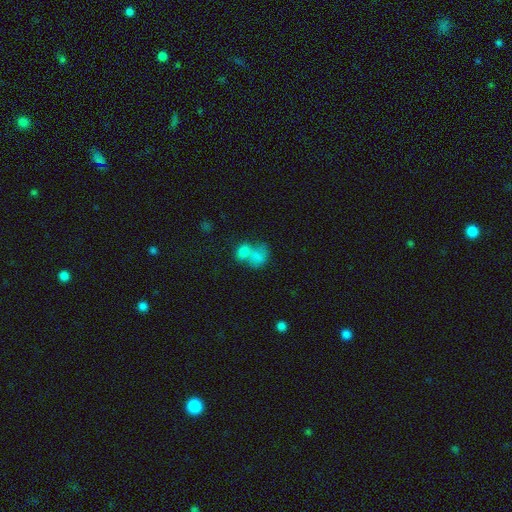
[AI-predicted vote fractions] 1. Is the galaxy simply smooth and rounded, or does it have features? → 75% smooth, 15% featured or disk, 10% star or artifact.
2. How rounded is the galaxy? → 63% in between, 35% round, 1% cigar-shaped.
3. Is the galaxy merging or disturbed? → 69% merger, 16% none, 7% minor disturbance, 7% major disturbance.